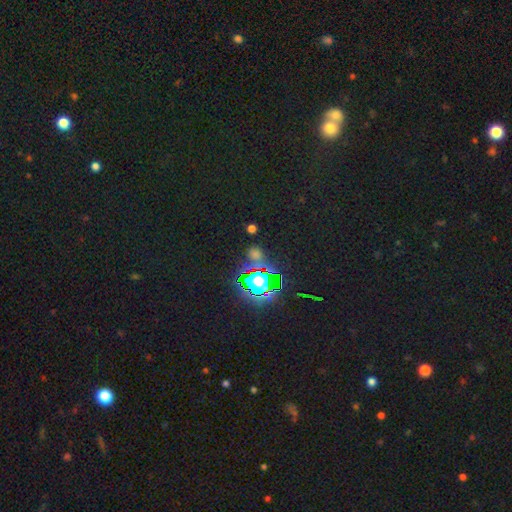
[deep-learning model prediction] star or artifact 70%, smooth 22%, featured or disk 8%.